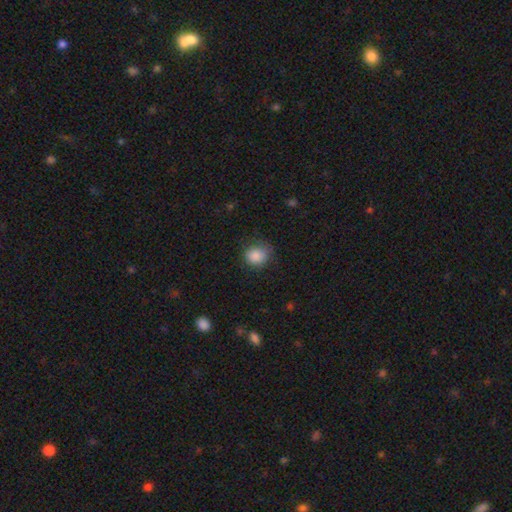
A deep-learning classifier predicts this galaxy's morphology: This is clearly a smooth galaxy (87%). How rounded: likely round (73%). Merging: likely none (71%).